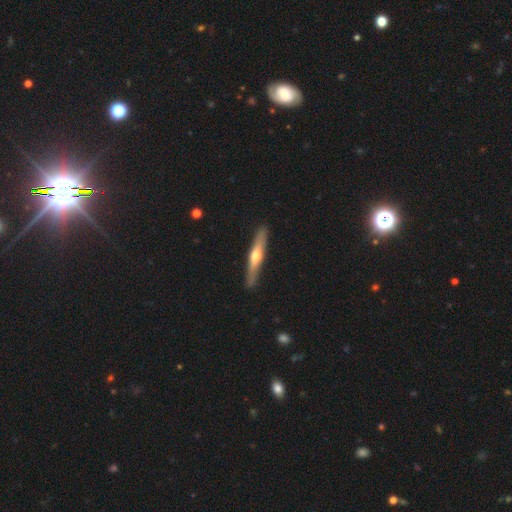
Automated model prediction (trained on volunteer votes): Smooth or featured?
  - featured or disk: 57% *
  - smooth: 38%
  - star or artifact: 5%
Edge-on disk?
  - yes: 94% *
  - no: 6%
Edge-on bulge?
  - rounded: 87% *
  - none: 9%
  - boxy: 4%
Merging?
  - none: 90% *
  - minor disturbance: 8%
  - major disturbance: 2%
  - merger: 1%